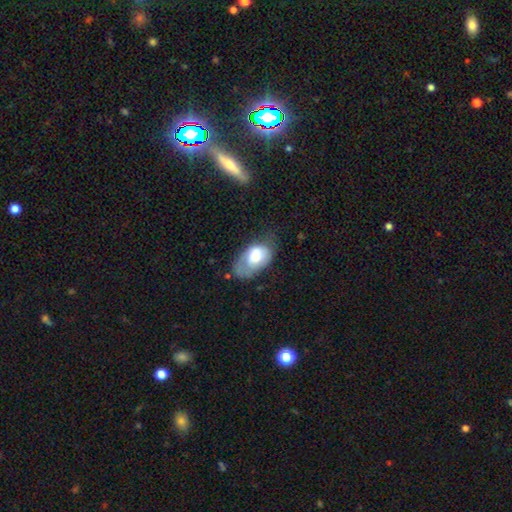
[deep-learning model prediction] Smooth or featured: smooth — 67% (featured or disk — 26%)
How rounded: in between — 91% (round — 8%)
Merging: minor disturbance — 37% (none — 34%)